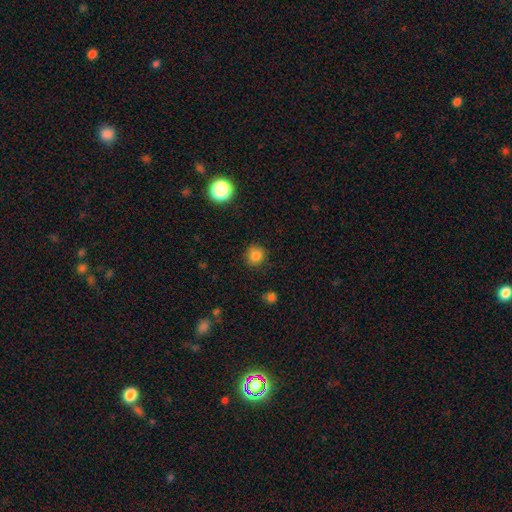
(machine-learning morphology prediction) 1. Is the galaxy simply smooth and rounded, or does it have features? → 83% smooth, 13% star or artifact, 5% featured or disk.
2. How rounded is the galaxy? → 89% round, 11% in between, 1% cigar-shaped.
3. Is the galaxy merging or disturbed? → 86% none, 10% minor disturbance, 3% major disturbance, 1% merger.